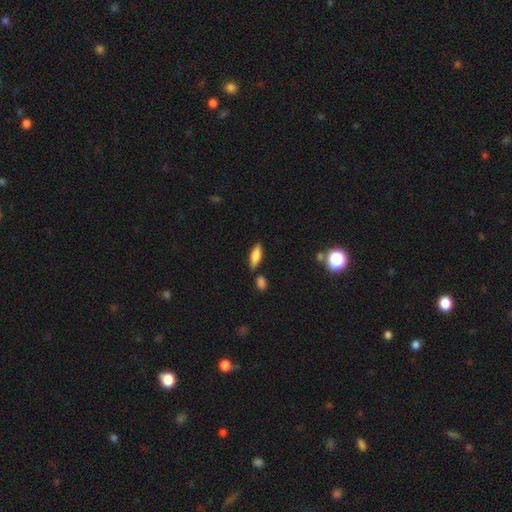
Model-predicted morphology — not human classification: Smooth or featured: smooth — 79% (featured or disk — 14%)
How rounded: in between — 64% (cigar-shaped — 34%)
Merging: none — 79% (minor disturbance — 12%)